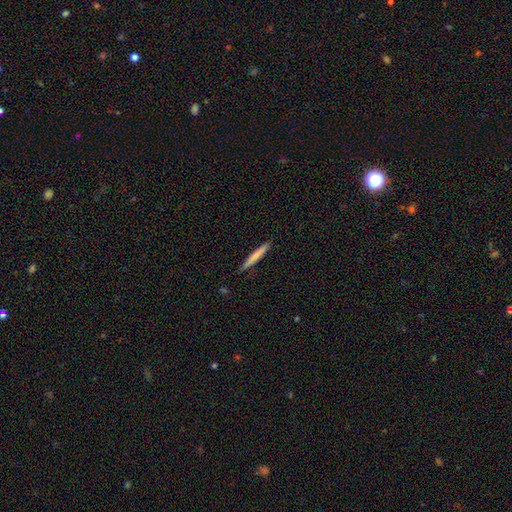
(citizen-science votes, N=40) Volunteers were most divided on "smooth or featured": smooth: 52%, featured or disk: 42%, star or artifact: 5%. More confident: how rounded — cigar-shaped (100%); merging — none (92%).